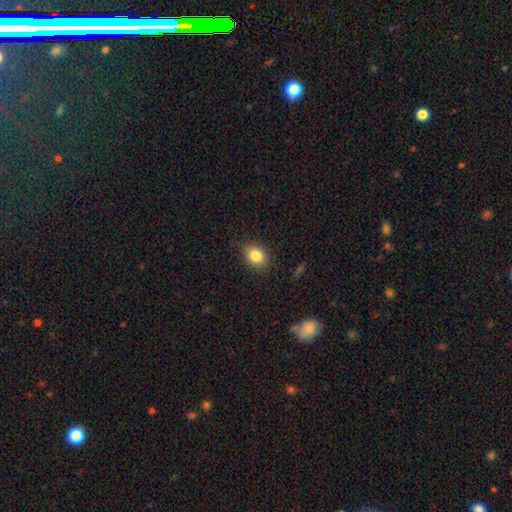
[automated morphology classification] Smooth or featured?
  - smooth: 83% *
  - star or artifact: 10%
  - featured or disk: 7%
How rounded?
  - in between: 56% *
  - round: 43%
  - cigar-shaped: 1%
Merging?
  - none: 85% *
  - minor disturbance: 12%
  - major disturbance: 3%
  - merger: 1%